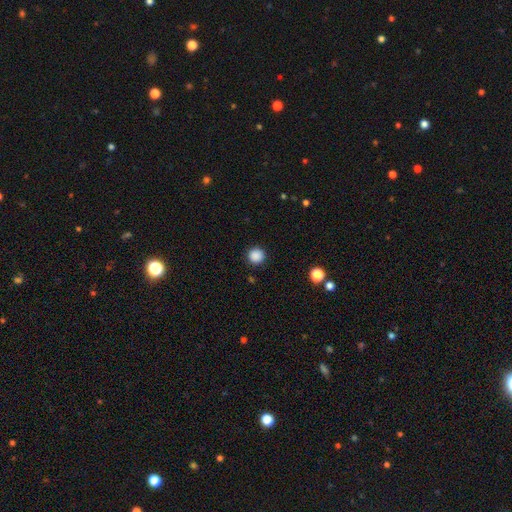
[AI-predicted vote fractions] Overall: smooth (88%). How rounded: round (95%). Merging: none (91%).